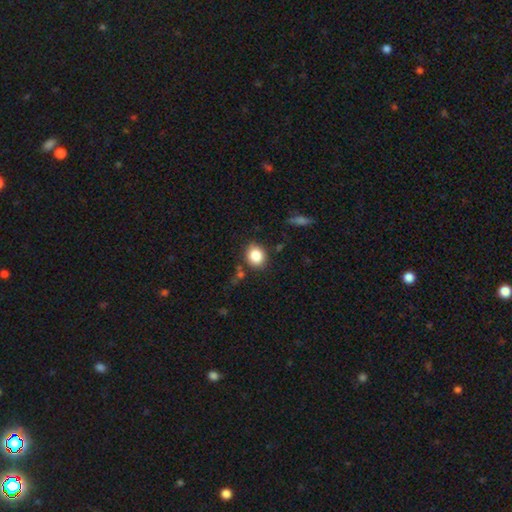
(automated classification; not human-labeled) This is clearly a smooth galaxy (85%). How rounded: likely round (60%). Merging: clearly none (83%).